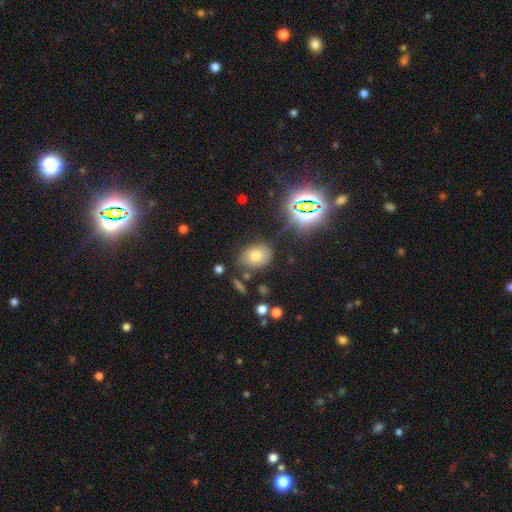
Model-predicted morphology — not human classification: smooth-or-featured: smooth: 63% | star or artifact: 22% | featured or disk: 14%
  how-rounded: in between: 68% | round: 31% | cigar-shaped: 1%
  merging: none: 76% | minor disturbance: 14% | merger: 5% | major disturbance: 5%